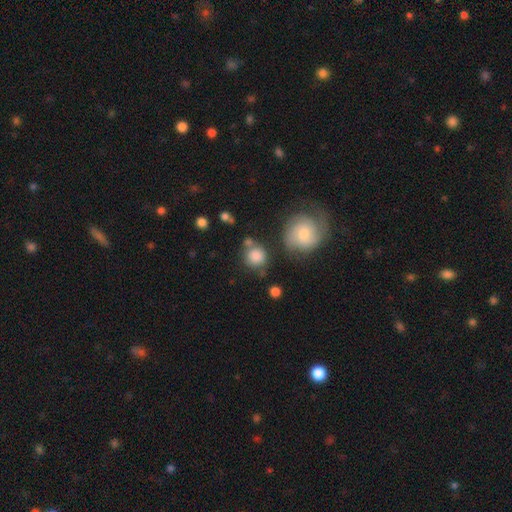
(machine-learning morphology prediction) smooth_or_featured: smooth (p=0.82) [alt: featured or disk p=0.09]
how_rounded: round (p=0.90) [alt: in between p=0.09]
merging: none (p=0.67) [alt: minor disturbance p=0.14]